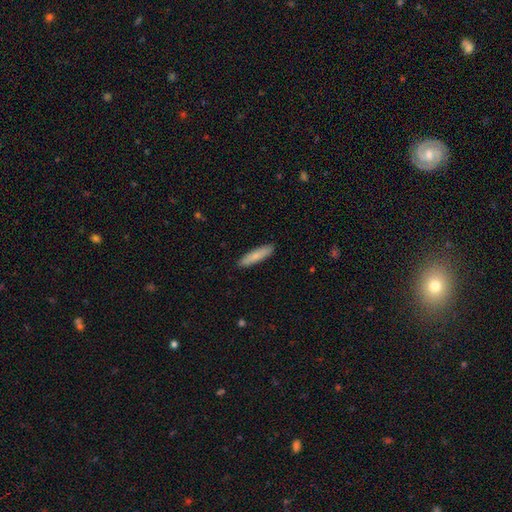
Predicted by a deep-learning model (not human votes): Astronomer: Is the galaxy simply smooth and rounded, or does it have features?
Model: smooth — 80%.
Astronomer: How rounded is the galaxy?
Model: cigar-shaped — 81%.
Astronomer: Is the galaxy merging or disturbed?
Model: none — 90%.